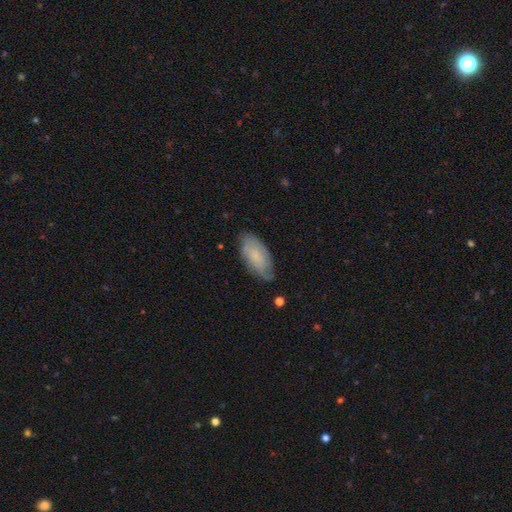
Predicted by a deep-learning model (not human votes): Smooth or featured? Predicted: smooth (p=0.62). How rounded? Predicted: in between (p=0.91). Merging? Predicted: none (p=0.72).